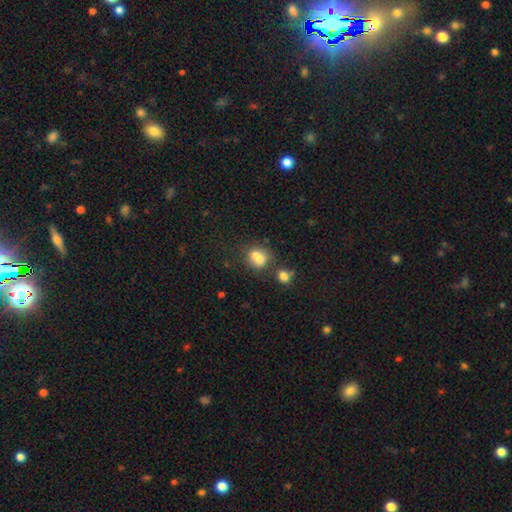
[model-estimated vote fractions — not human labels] The model was most divided on "merging": merger: 52%, none: 32%, minor disturbance: 11%, major disturbance: 6%. More confident: smooth or featured — smooth (71%); how rounded — round (65%).